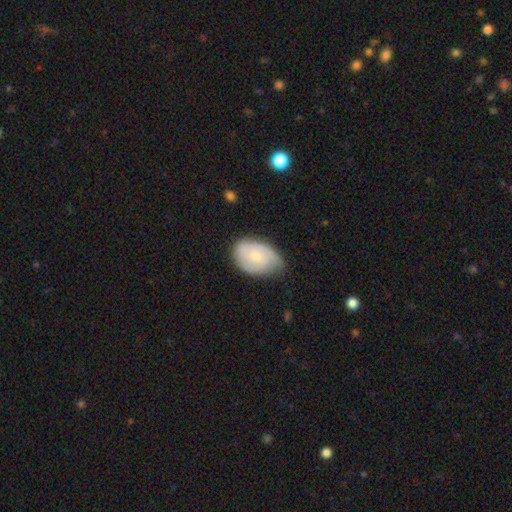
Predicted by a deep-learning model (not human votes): A smooth galaxy with no disk features (58%) that is in between round and cigar-shaped (84%).

Vote fractions:
- Smooth or featured? smooth: 58% / featured or disk: 36% / star or artifact: 6%
- How rounded? in between: 84% / round: 15% / cigar-shaped: 1%
- Merging? none: 54% / minor disturbance: 37% / major disturbance: 7% / merger: 2%